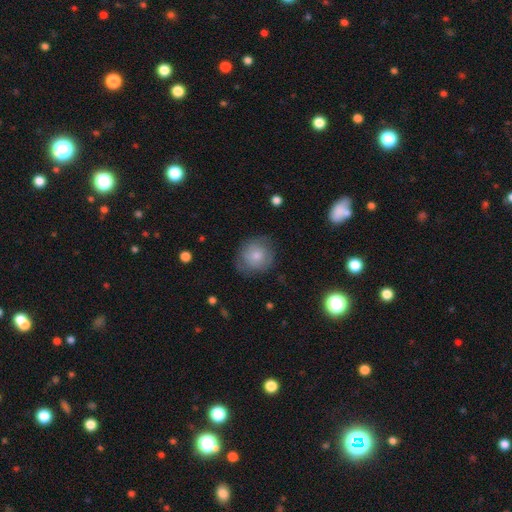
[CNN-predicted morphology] Smooth or featured? smooth (66%)
How rounded? round (86%)
Merging? none (66%)